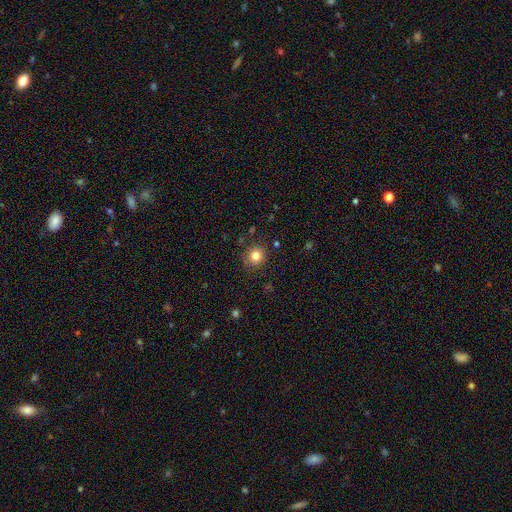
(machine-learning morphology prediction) Smooth or featured?
  - smooth: 82% *
  - star or artifact: 12%
  - featured or disk: 6%
How rounded?
  - round: 90% *
  - in between: 9%
  - cigar-shaped: 1%
Merging?
  - none: 87% *
  - minor disturbance: 8%
  - major disturbance: 3%
  - merger: 2%